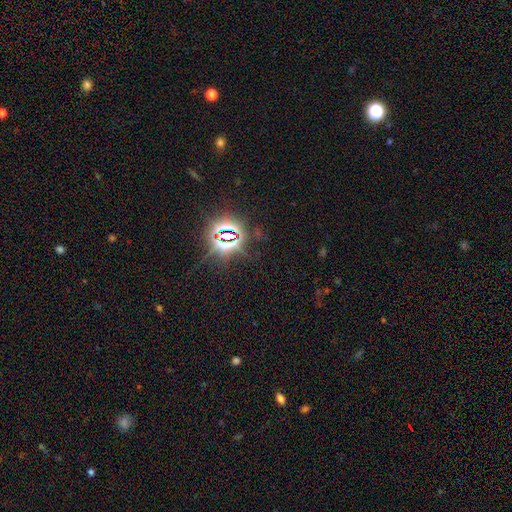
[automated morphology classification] smooth_or_featured: star or artifact (p=0.82) [alt: smooth p=0.10]